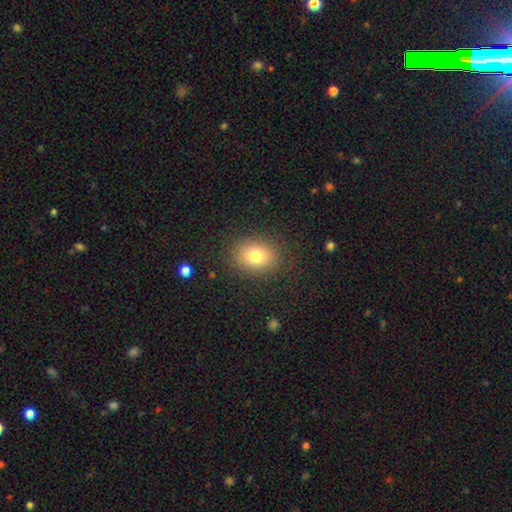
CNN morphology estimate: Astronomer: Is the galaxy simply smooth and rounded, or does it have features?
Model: smooth — 79%.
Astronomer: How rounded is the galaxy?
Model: in between — 57% (runner-up: round, 42%).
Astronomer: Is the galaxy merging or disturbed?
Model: none — 86%.